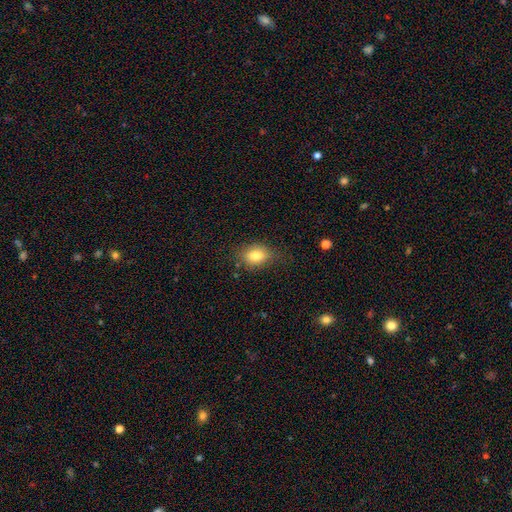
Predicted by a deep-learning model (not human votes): smooth-or-featured: smooth: 81% | featured or disk: 10% | star or artifact: 10%
  how-rounded: in between: 71% | round: 27% | cigar-shaped: 2%
  merging: none: 72% | minor disturbance: 21% | major disturbance: 6% | merger: 2%